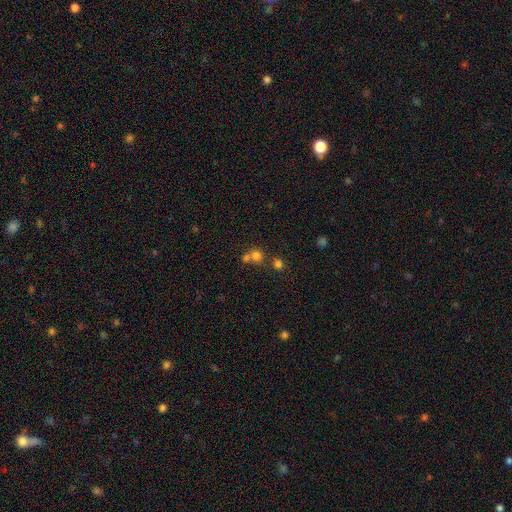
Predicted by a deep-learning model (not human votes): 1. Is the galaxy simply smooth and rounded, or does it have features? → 73% smooth, 18% star or artifact, 9% featured or disk.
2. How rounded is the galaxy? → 84% round, 15% in between, 1% cigar-shaped.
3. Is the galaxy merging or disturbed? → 48% none, 43% merger, 6% minor disturbance, 3% major disturbance.